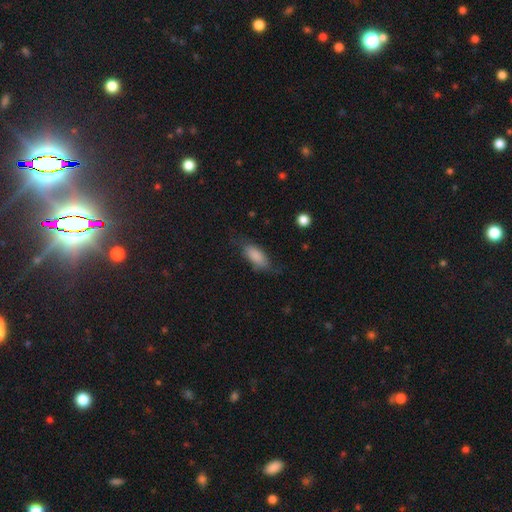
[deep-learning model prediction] A smooth galaxy with no disk features (78%) that is in between round and cigar-shaped (83%). Merging: none (61%).